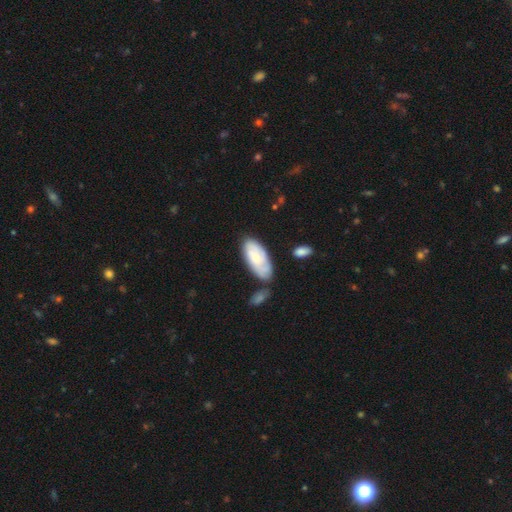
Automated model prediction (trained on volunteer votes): The model was most divided on "smooth or featured": smooth: 52%, featured or disk: 42%, star or artifact: 6%. More confident: how rounded — in between (90%); merging — none (61%).